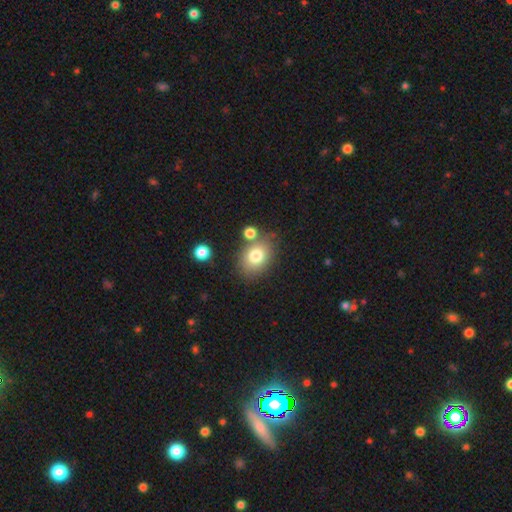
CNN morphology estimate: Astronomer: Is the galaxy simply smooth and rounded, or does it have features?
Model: smooth — 78%.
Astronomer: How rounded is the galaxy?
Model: in between — 67%.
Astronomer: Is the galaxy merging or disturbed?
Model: none — 68%.